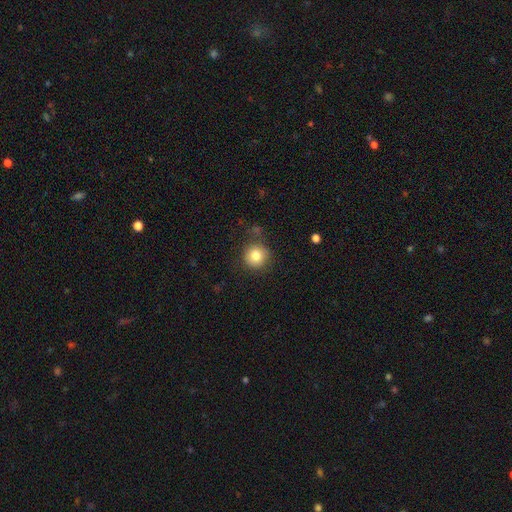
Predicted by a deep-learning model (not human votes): The model was most divided on "merging": none: 81%, minor disturbance: 12%, major disturbance: 4%, merger: 3%. More confident: how rounded — round (92%); smooth or featured — smooth (82%).